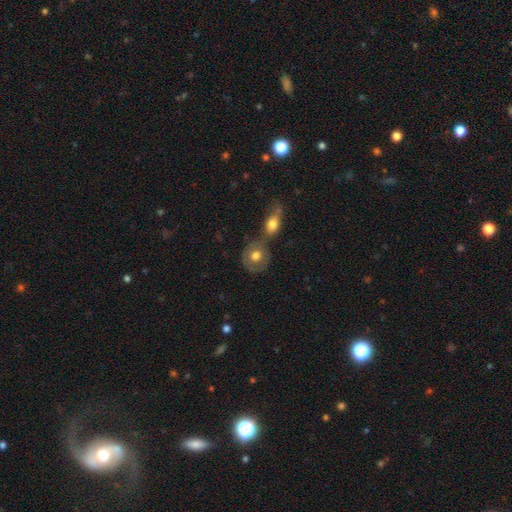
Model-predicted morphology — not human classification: Q: Smooth or featured?
A: smooth (61%); runner-up: featured or disk (33%)
Q: How rounded?
A: round (78%); runner-up: in between (21%)
Q: Merging?
A: none (48%); runner-up: merger (34%)